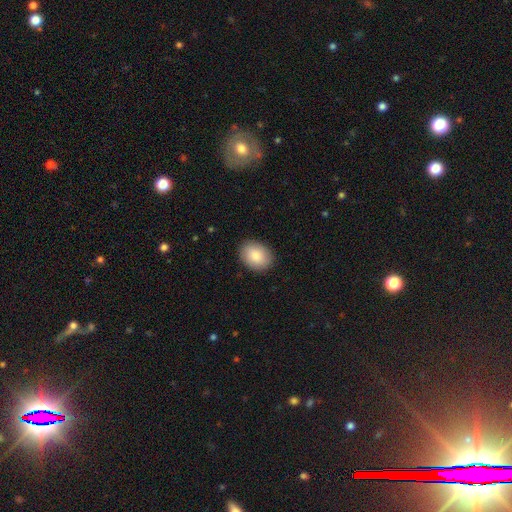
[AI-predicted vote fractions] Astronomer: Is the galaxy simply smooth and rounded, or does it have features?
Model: smooth — 86%.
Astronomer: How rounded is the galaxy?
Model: in between — 69%.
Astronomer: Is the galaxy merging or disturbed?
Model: none — 89%.